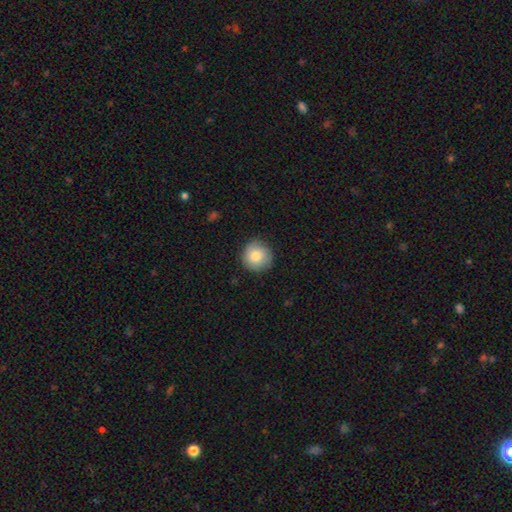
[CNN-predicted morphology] The model was most divided on "smooth or featured": smooth: 83%, featured or disk: 10%, star or artifact: 7%. More confident: how rounded — round (95%); merging — none (86%).